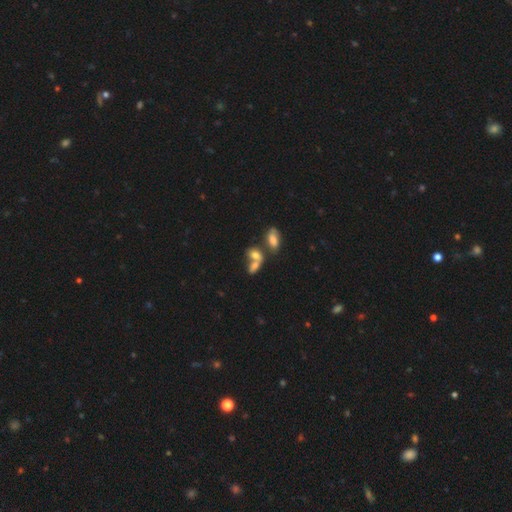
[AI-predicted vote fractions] smooth_or_featured: smooth (p=0.71) [alt: featured or disk p=0.17]
how_rounded: in between (p=0.81) [alt: round p=0.14]
merging: merger (p=0.54) [alt: none p=0.30]